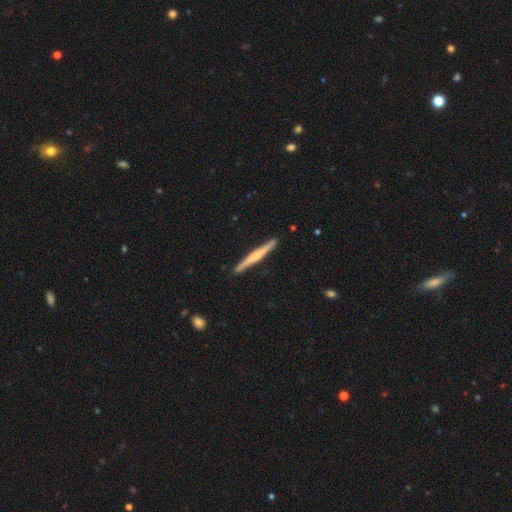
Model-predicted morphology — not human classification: Smooth or featured? featured or disk (60%)
Edge-on disk? yes (98%)
Edge-on bulge? rounded (49%)
Merging? none (91%)